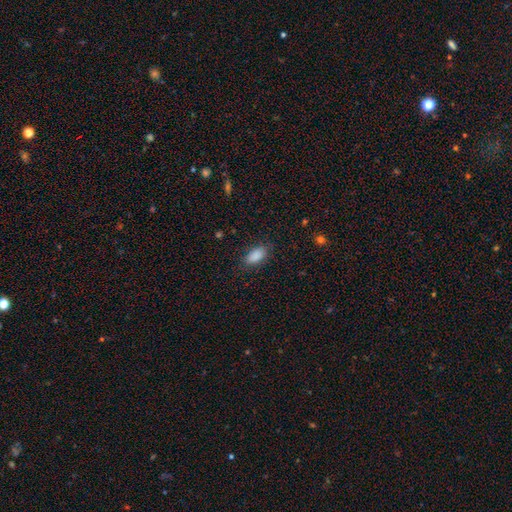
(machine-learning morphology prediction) This is clearly a smooth galaxy (88%). How rounded: clearly in between (92%). Merging: clearly none (82%).